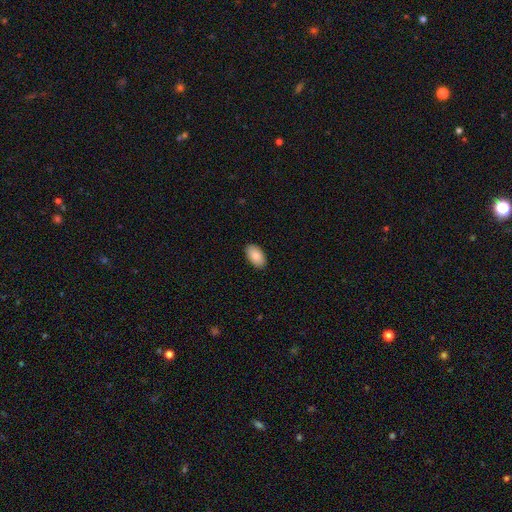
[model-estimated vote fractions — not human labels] Smooth or featured? smooth (88%)
How rounded? in between (95%)
Merging? none (89%)